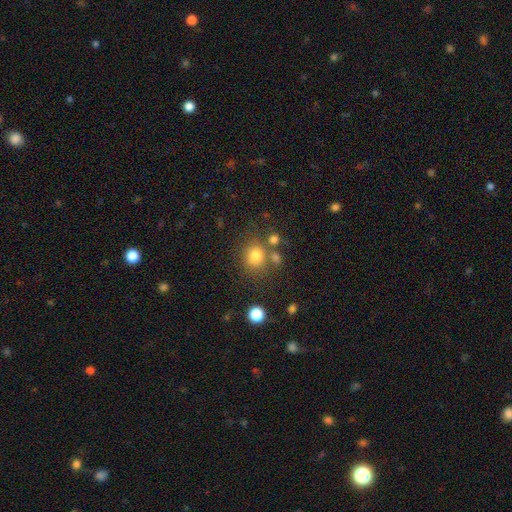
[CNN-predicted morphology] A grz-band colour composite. It shows a smooth galaxy with no disk features (77%) that is round (74%). Merging: none (67%).